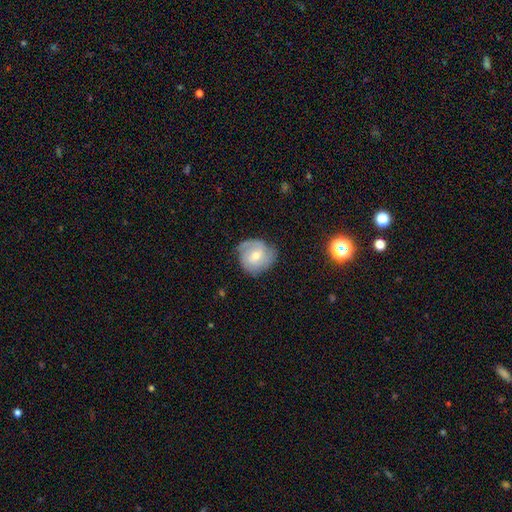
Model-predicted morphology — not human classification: Smooth or featured? Predicted: featured or disk (p=0.64). Edge-on disk? Predicted: no (p=0.97). Bar? Predicted: no (p=0.55). Spiral arms? Predicted: yes (p=0.89). Spiral winding? Predicted: tight (p=0.51). Spiral arm count? Predicted: 2 (p=0.39). Bulge size? Predicted: moderate (p=0.53). Merging? Predicted: none (p=0.69).